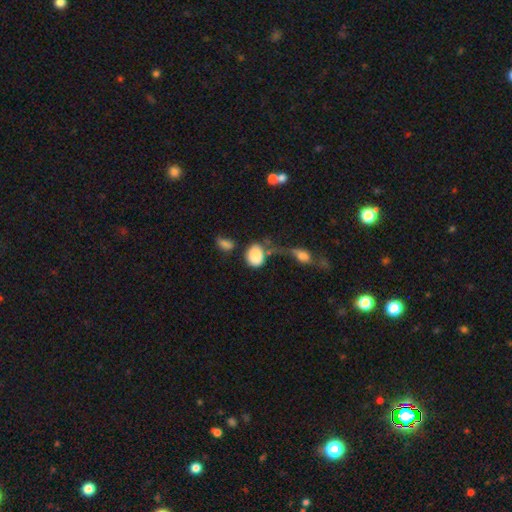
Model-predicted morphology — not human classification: A smooth galaxy with no disk features (84%) that is in between round and cigar-shaped (57%). Merging: none (36%).